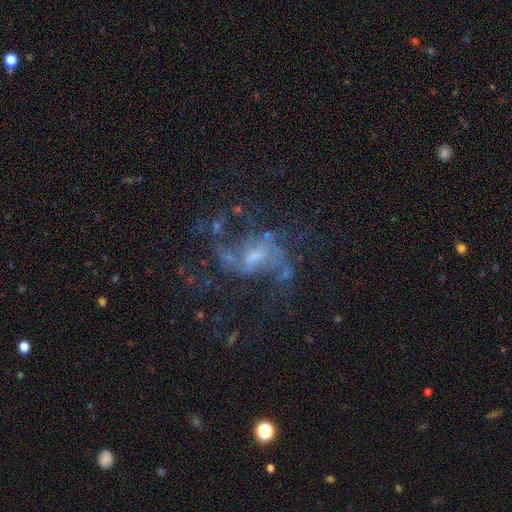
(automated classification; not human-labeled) This appears to be a featured or disk galaxy (75%) with a weak bar (48%), 2 (52%) loose (57%) spiral arms (76%) and a small central bulge (41%). Merging: none (47%).